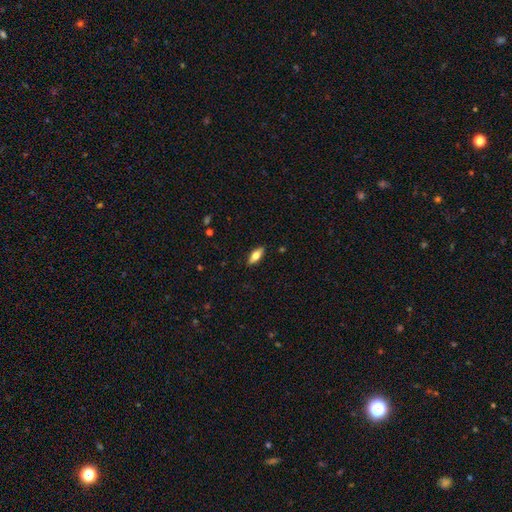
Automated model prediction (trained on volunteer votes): Q: Smooth or featured?
A: smooth (59%); runner-up: featured or disk (35%)
Q: How rounded?
A: in between (71%); runner-up: cigar-shaped (26%)
Q: Merging?
A: none (89%); runner-up: minor disturbance (8%)